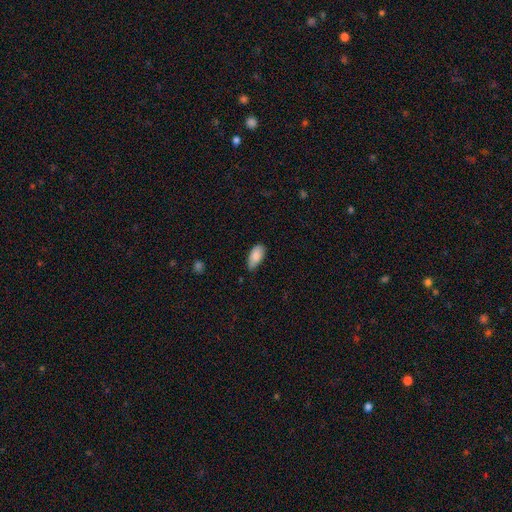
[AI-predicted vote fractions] Smooth or featured? Predicted: smooth (p=0.86). How rounded? Predicted: in between (p=0.91). Merging? Predicted: none (p=0.65).